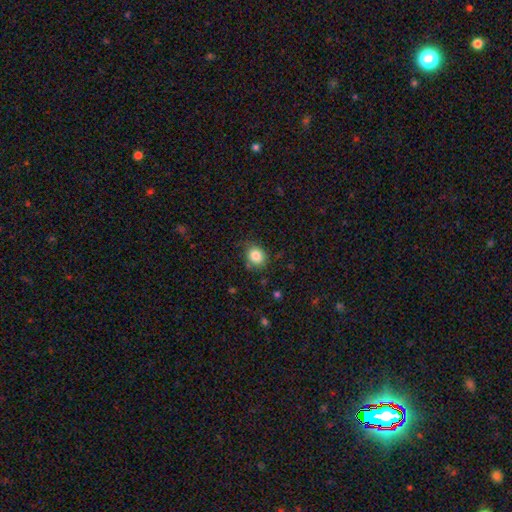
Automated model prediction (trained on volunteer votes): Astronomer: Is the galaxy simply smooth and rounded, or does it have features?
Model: smooth — 84%.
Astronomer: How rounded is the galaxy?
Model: round — 66%.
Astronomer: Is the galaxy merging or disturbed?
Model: none — 76%.